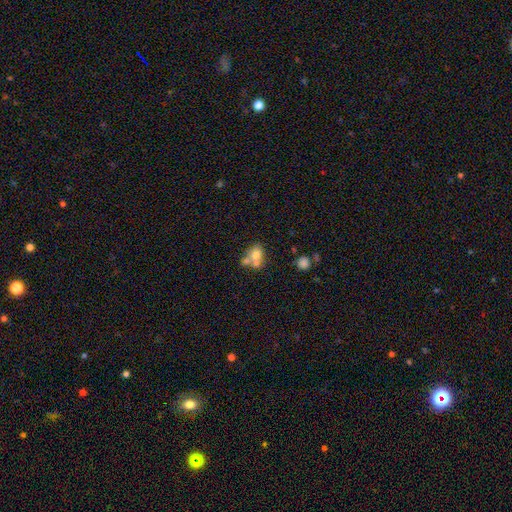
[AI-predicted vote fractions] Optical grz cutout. It shows a smooth galaxy with no disk features (67%) that is in between round and cigar-shaped (50%). Merging: merger (47%).